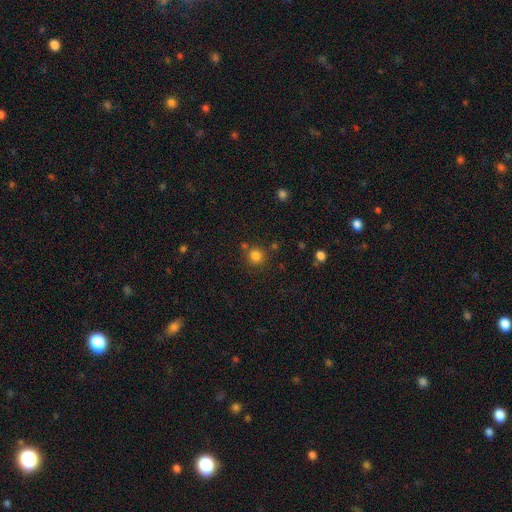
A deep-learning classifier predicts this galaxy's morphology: This is clearly a smooth galaxy (81%). How rounded: clearly round (92%). Merging: likely none (79%).